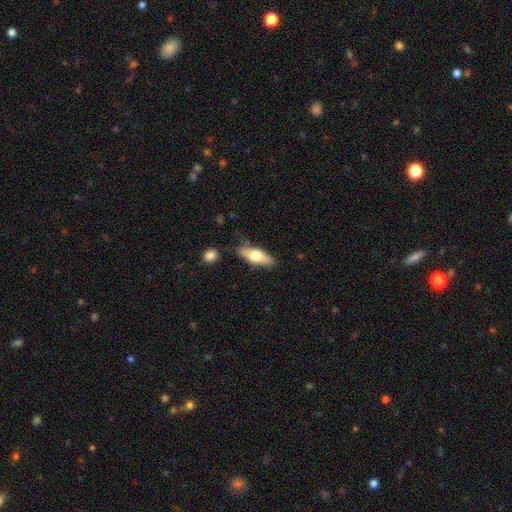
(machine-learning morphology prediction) smooth-or-featured: smooth: 63% | featured or disk: 32% | star or artifact: 6%
  how-rounded: in between: 66% | cigar-shaped: 32% | round: 3%
  merging: none: 78% | minor disturbance: 15% | major disturbance: 3% | merger: 3%